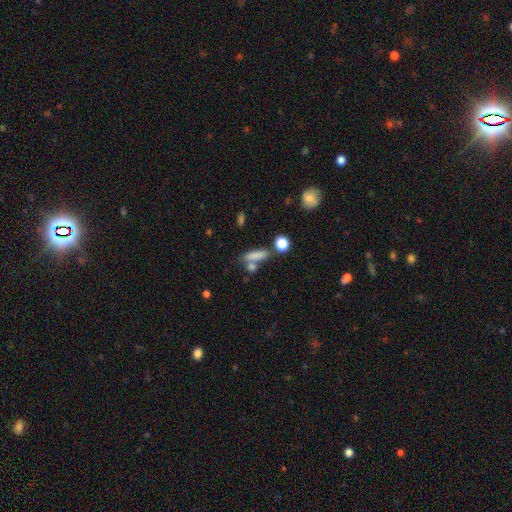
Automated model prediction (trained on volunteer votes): Morphology: type=smooth (79%); roundness=cigar-shaped (52%); merging=none (58%).